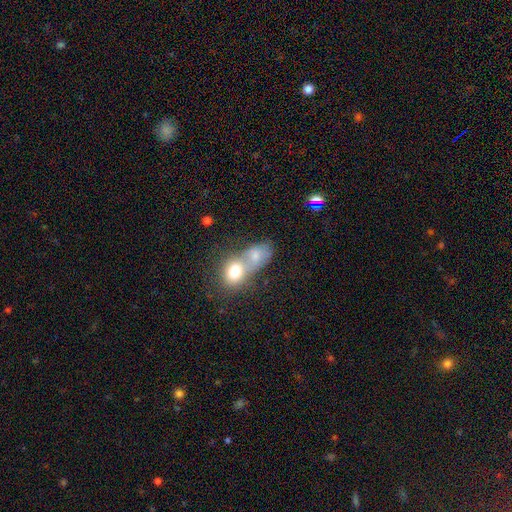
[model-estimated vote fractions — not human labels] This appears to be a smooth galaxy with no disk features (69%) that is in between round and cigar-shaped (59%). Merging: merger (69%).